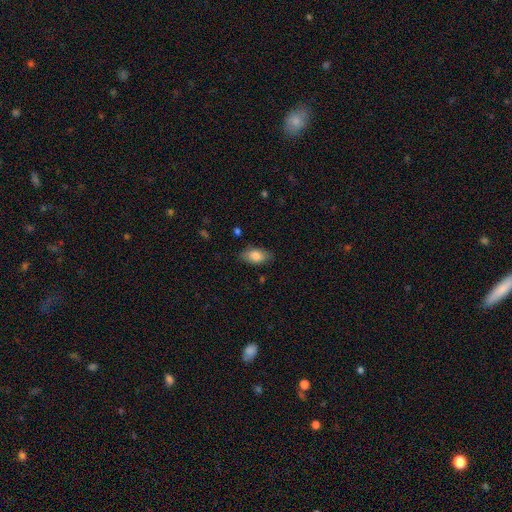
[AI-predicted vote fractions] Smooth or featured?
  - smooth: 82% *
  - featured or disk: 11%
  - star or artifact: 7%
How rounded?
  - in between: 91% *
  - cigar-shaped: 5%
  - round: 4%
Merging?
  - none: 82% *
  - minor disturbance: 14%
  - major disturbance: 3%
  - merger: 1%